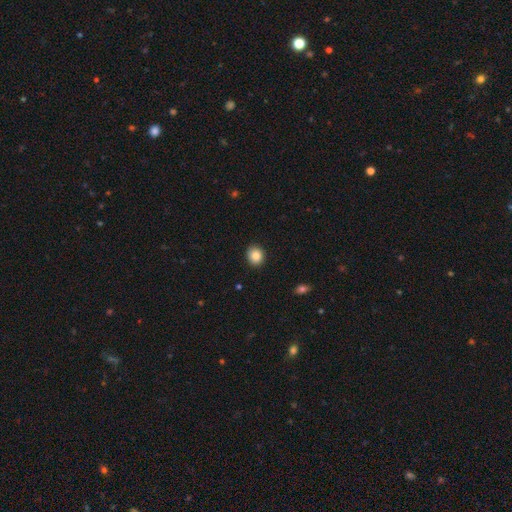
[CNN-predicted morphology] The model was most divided on "how rounded": round: 76%, in between: 23%, cigar-shaped: 1%. More confident: merging — none (90%); smooth or featured — smooth (85%).